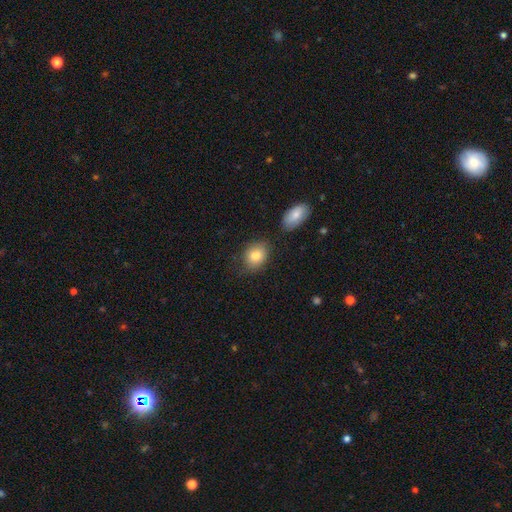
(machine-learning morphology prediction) Smooth or featured? smooth (82%)
How rounded? in between (54%)
Merging? none (73%)